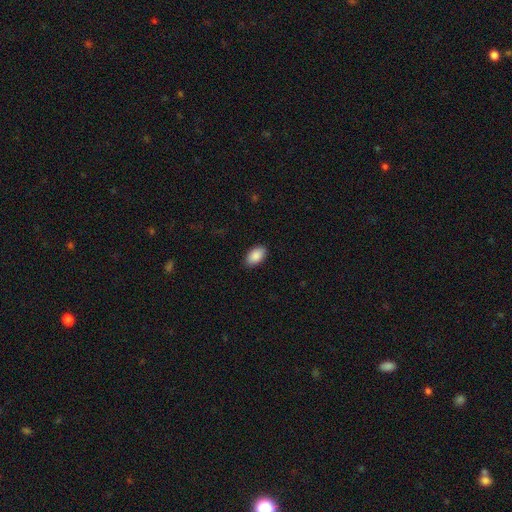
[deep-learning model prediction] smooth_or_featured: smooth (p=0.89) [alt: star or artifact p=0.07]
how_rounded: in between (p=0.94) [alt: round p=0.04]
merging: none (p=0.88) [alt: minor disturbance p=0.09]